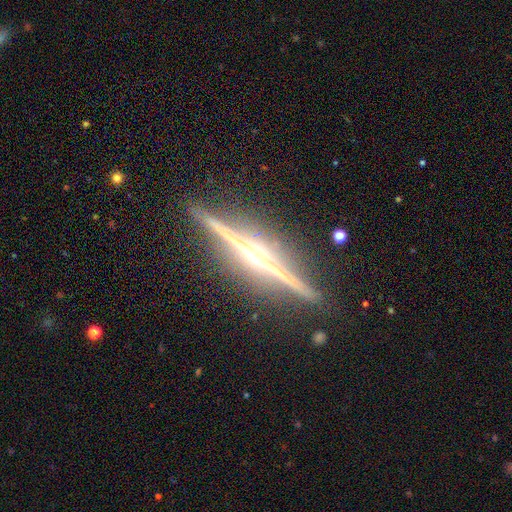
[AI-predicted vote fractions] Smooth or featured? Predicted: featured or disk (p=0.89). Edge-on disk? Predicted: yes (p=0.98). Edge-on bulge? Predicted: rounded (p=0.76). Merging? Predicted: none (p=0.90).